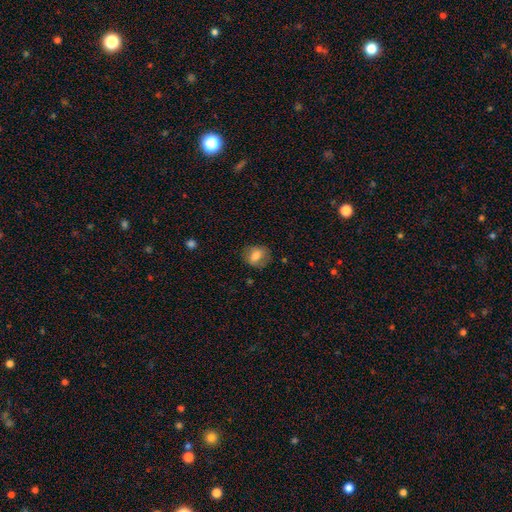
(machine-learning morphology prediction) Q: Smooth or featured?
A: smooth (70%); runner-up: featured or disk (21%)
Q: How rounded?
A: round (53%); runner-up: in between (46%)
Q: Merging?
A: none (72%); runner-up: minor disturbance (19%)